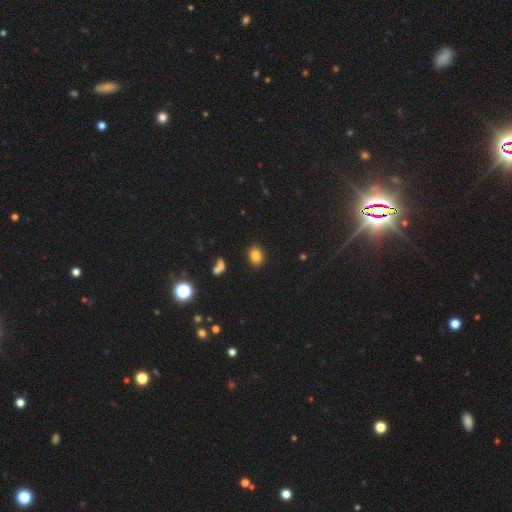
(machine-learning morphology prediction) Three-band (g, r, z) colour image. It shows a smooth galaxy with no disk features (83%) that is in between round and cigar-shaped (65%). Merging: none (86%).